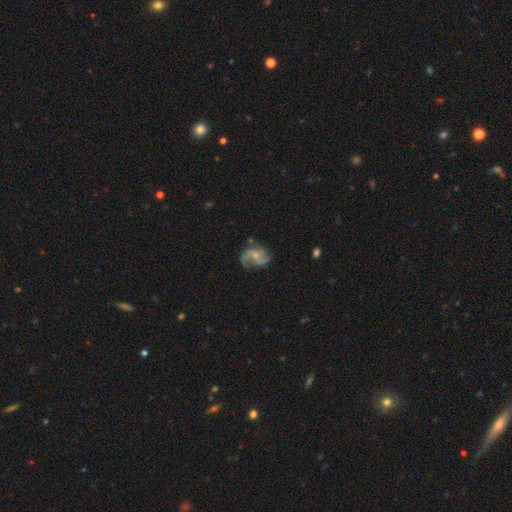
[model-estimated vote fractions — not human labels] smooth-or-featured: featured or disk: 75% | smooth: 18% | star or artifact: 7%
  disk-edge-on: no: 98% | yes: 2%
    bar: no: 62% | weak: 33% | strong: 5%
    has-spiral-arms: yes: 91% | no: 9%
      spiral-winding: loose: 48% | medium: 41% | tight: 11%
      spiral-arm-count: 2: 65% | 3: 13% | can't tell: 9% | 1: 7% | 4: 3% | more than 4: 2%
    bulge-size: small: 52% | moderate: 32% | none: 13% | large: 3% | dominant: 1%
  merging: none: 55% | minor disturbance: 23% | major disturbance: 19% | merger: 3%